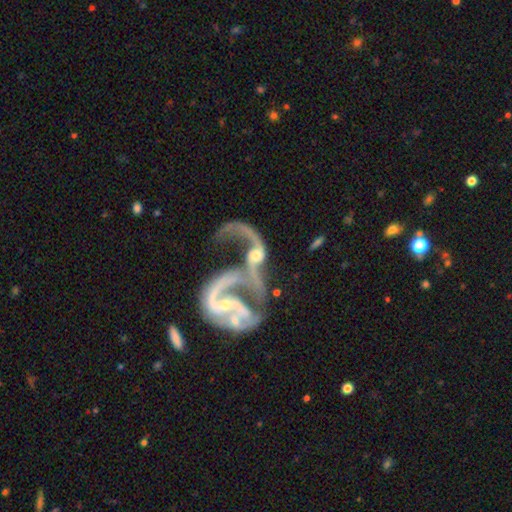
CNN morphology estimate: Smooth or featured?
  - featured or disk: 84% *
  - smooth: 9%
  - star or artifact: 7%
Edge-on disk?
  - no: 97% *
  - yes: 3%
Bar?
  - no: 57% *
  - weak: 30%
  - strong: 13%
Spiral arms?
  - yes: 84% *
  - no: 16%
Spiral winding?
  - loose: 80% *
  - medium: 16%
  - tight: 5%
Spiral arm count?
  - 2: 71% *
  - 1: 14%
  - can't tell: 7%
  - 3: 4%
  - 4: 2%
  - more than 4: 2%
Bulge size?
  - moderate: 41% *
  - small: 39%
  - none: 11%
  - large: 7%
  - dominant: 2%
Merging?
  - merger: 65% *
  - major disturbance: 18%
  - none: 11%
  - minor disturbance: 6%